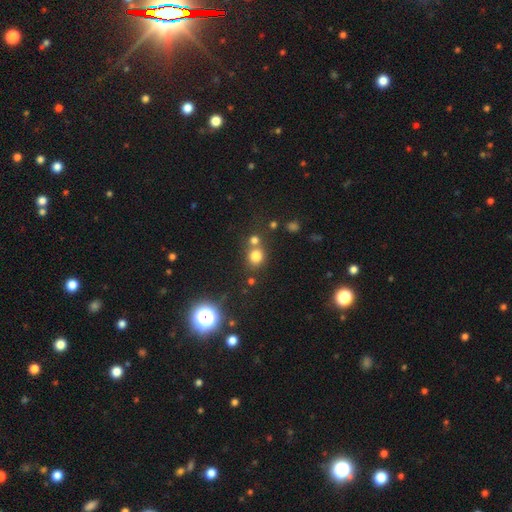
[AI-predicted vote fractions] Smooth or featured? smooth (74%)
How rounded? round (77%)
Merging? none (58%)